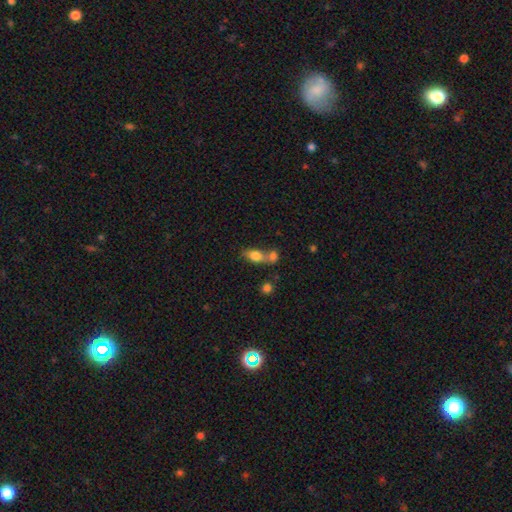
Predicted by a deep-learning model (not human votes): This appears to be a smooth galaxy with no disk features (76%) that is in between round and cigar-shaped (71%). Merging: merger (53%).